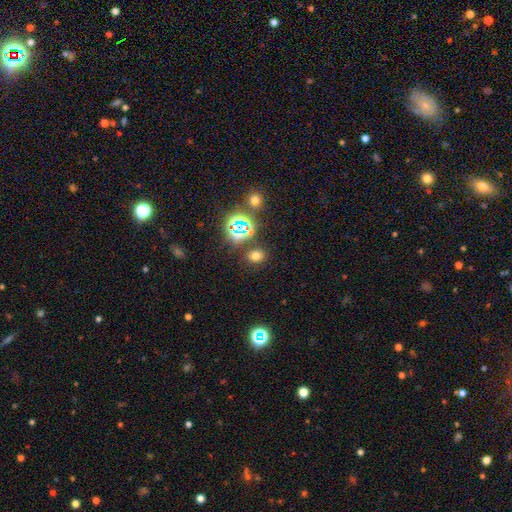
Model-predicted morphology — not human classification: type=smooth (63%); roundness=round (51%); merging=none (83%).